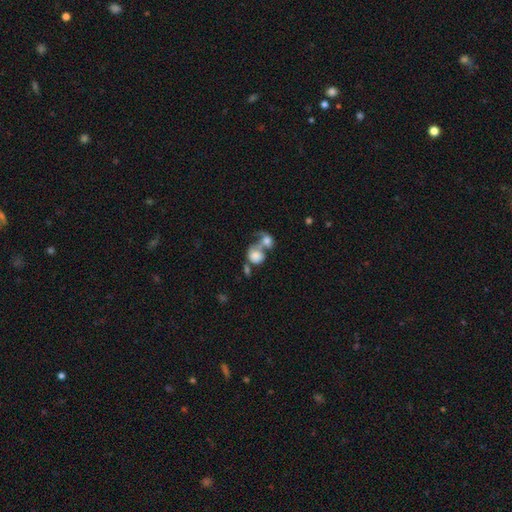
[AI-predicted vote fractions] Smooth or featured? smooth (68%)
How rounded? round (59%)
Merging? merger (69%)